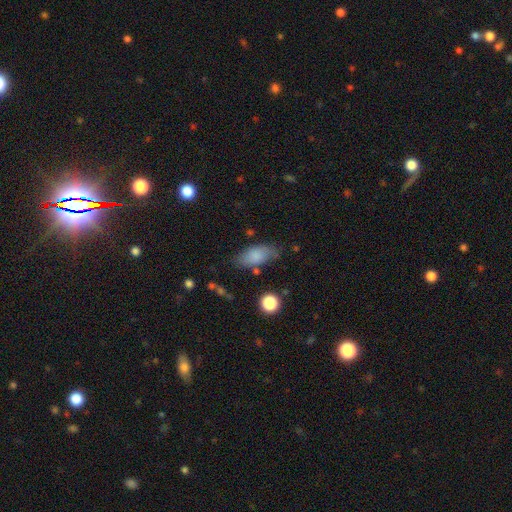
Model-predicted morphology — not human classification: Q: Smooth or featured?
A: smooth (81%); runner-up: featured or disk (12%)
Q: How rounded?
A: in between (89%); runner-up: cigar-shaped (8%)
Q: Merging?
A: none (69%); runner-up: minor disturbance (21%)